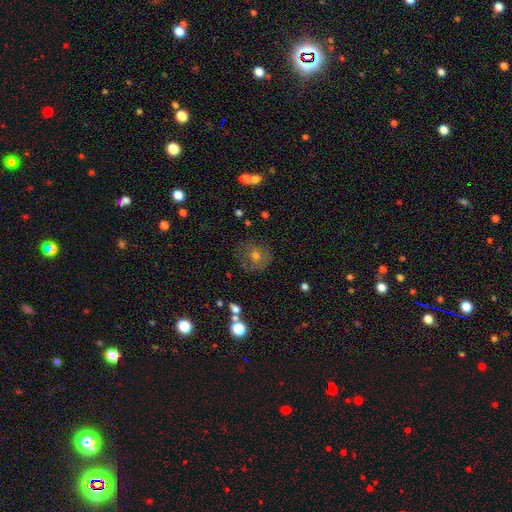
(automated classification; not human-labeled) Overall: smooth (54%; featured or disk 31%). How rounded: round (80%). Merging: none (67%).